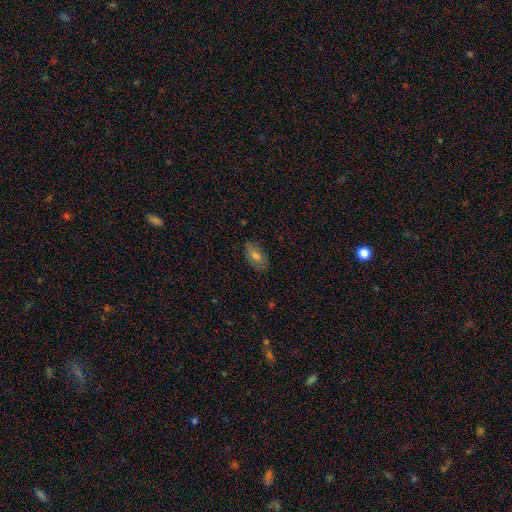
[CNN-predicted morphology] This appears to be a smooth galaxy with no disk features (58%) that is in between round and cigar-shaped (87%). Merging: none (77%).